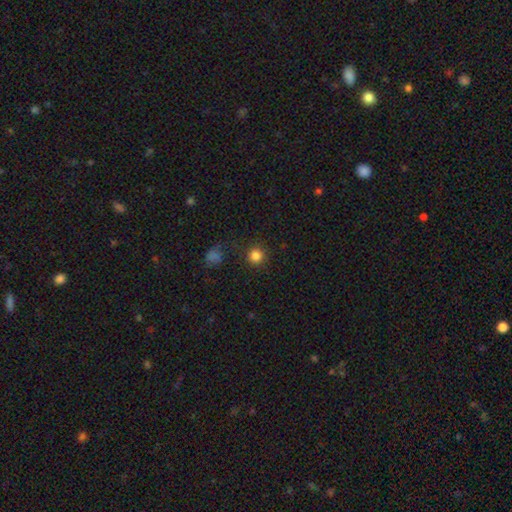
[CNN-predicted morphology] smooth 83%, star or artifact 13%, featured or disk 4%. Down the decision tree: how rounded — round (94%); merging — none (88%).